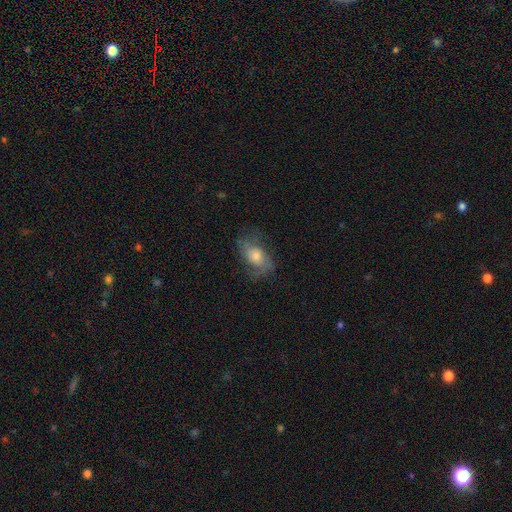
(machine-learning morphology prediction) Q: Smooth or featured?
A: featured or disk (48%); runner-up: smooth (42%)
Q: Merging?
A: none (59%); runner-up: minor disturbance (23%)